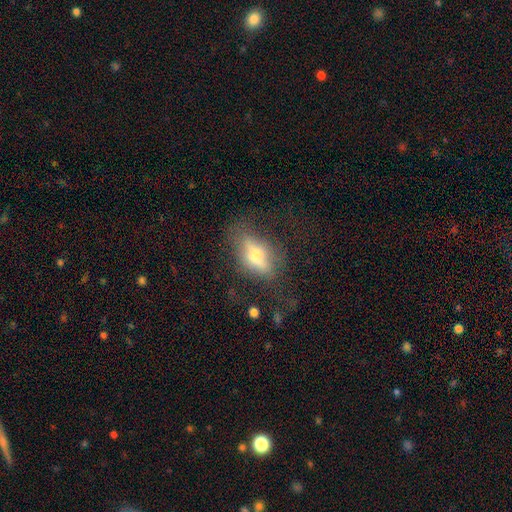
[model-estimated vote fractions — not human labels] Smooth or featured? Predicted: featured or disk (p=0.48). Merging? Predicted: none (p=0.55).